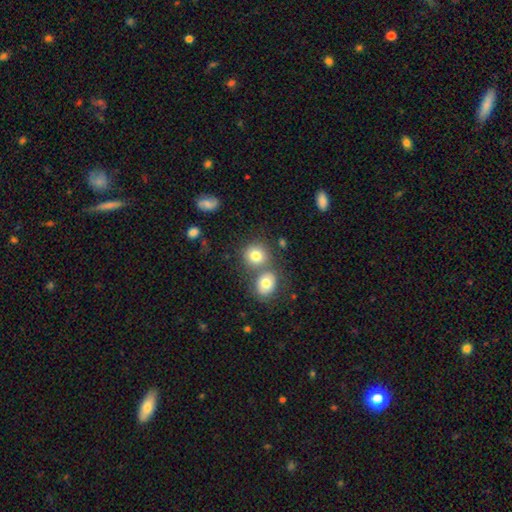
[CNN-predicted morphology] The model was most divided on "merging": none: 57%, merger: 30%, minor disturbance: 9%, major disturbance: 4%. More confident: how rounded — round (82%); smooth or featured — smooth (78%).